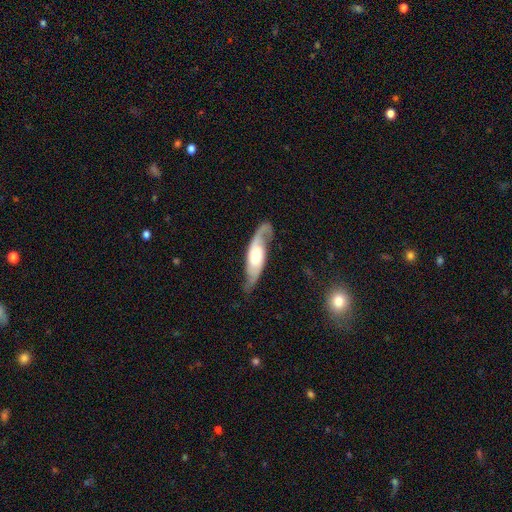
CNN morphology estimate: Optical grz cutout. It shows a featured or disk galaxy (79%) with no bar (58%), 2 (89%) loose (51%) spiral arms (95%) and a large central bulge (43%). Merging: none (68%).